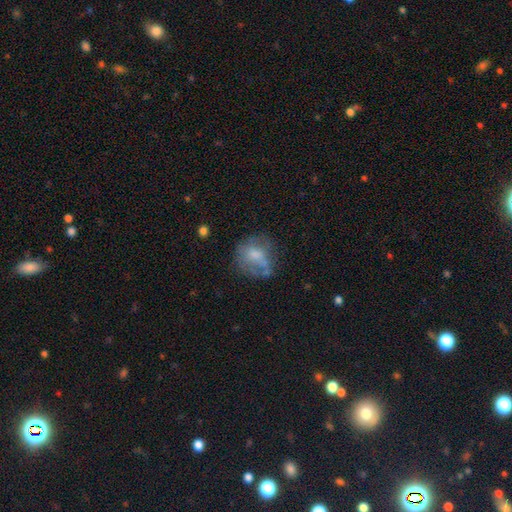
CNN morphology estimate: Overall: smooth (53%; featured or disk 36%). How rounded: round (69%; in between 29%). Merging: none (49%; minor disturbance 25%).